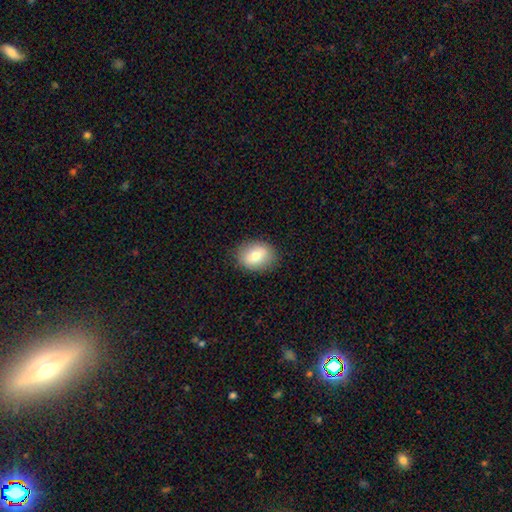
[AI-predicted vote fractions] Smooth or featured: smooth — 77% (featured or disk — 15%)
How rounded: in between — 59% (round — 40%)
Merging: none — 87% (minor disturbance — 10%)